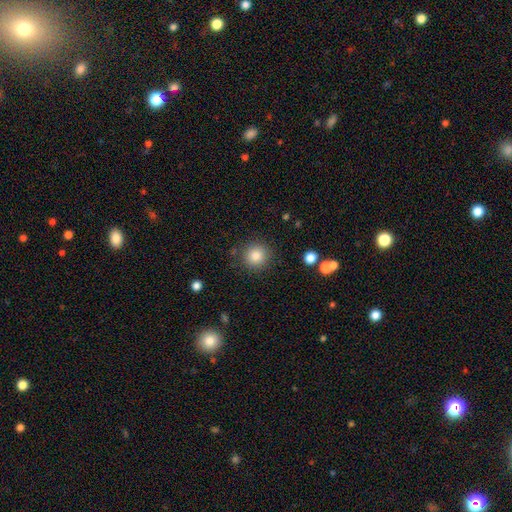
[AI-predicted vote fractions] Smooth or featured: smooth — 84% (star or artifact — 10%)
How rounded: round — 93% (in between — 6%)
Merging: none — 87% (minor disturbance — 8%)